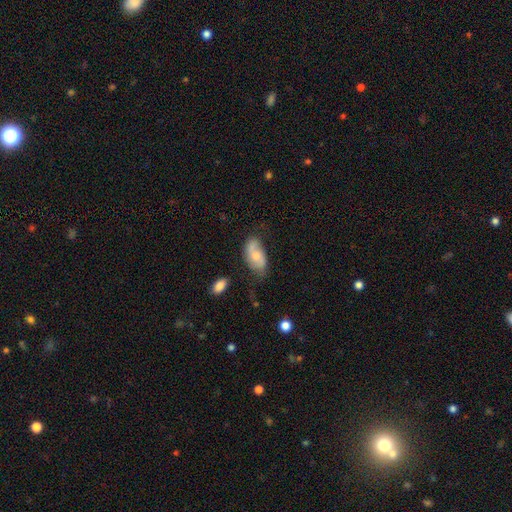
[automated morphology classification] smooth_or_featured: smooth (p=0.48) [alt: featured or disk p=0.44]
merging: none (p=0.61) [alt: minor disturbance p=0.27]